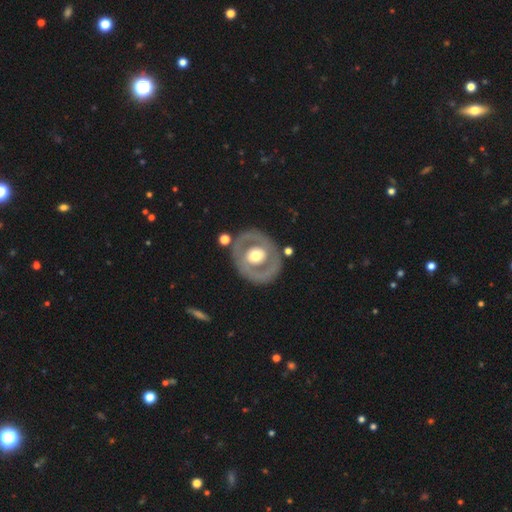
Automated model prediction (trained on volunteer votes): smooth_or_featured: featured or disk (p=0.68) [alt: smooth p=0.28]
disk_edge_on: no (p=0.95) [alt: yes p=0.05]
bar: no (p=0.73) [alt: weak p=0.18]
has_spiral_arms: no (p=0.74) [alt: yes p=0.26]
bulge_size: moderate (p=0.60) [alt: large p=0.32]
merging: none (p=0.77) [alt: minor disturbance p=0.13]